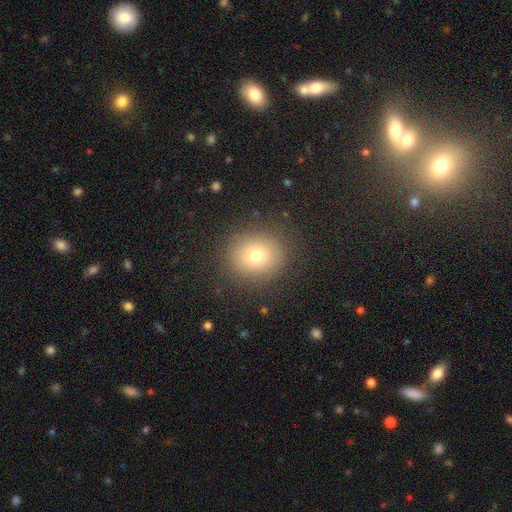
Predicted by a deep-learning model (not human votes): This appears to be a smooth galaxy with no disk features (75%) that is round (81%). Merging: none (89%).